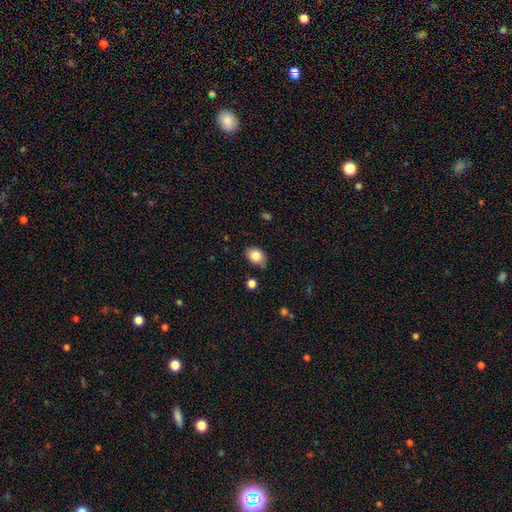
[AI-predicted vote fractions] Smooth or featured? Predicted: smooth (p=0.84). How rounded? Predicted: in between (p=0.77). Merging? Predicted: none (p=0.77).